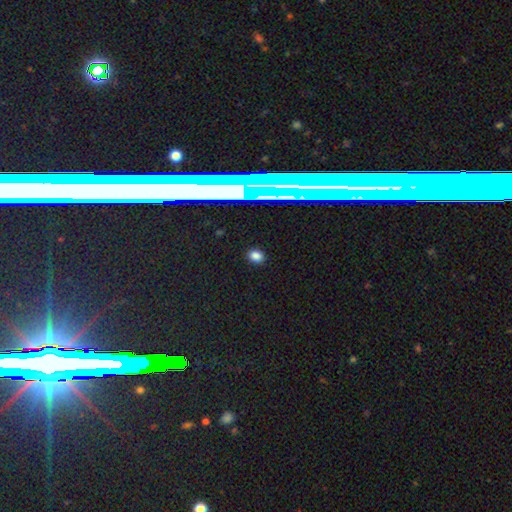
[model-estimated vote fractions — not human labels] Smooth or featured? Predicted: smooth (p=0.74). How rounded? Predicted: round (p=0.62). Merging? Predicted: none (p=0.90).